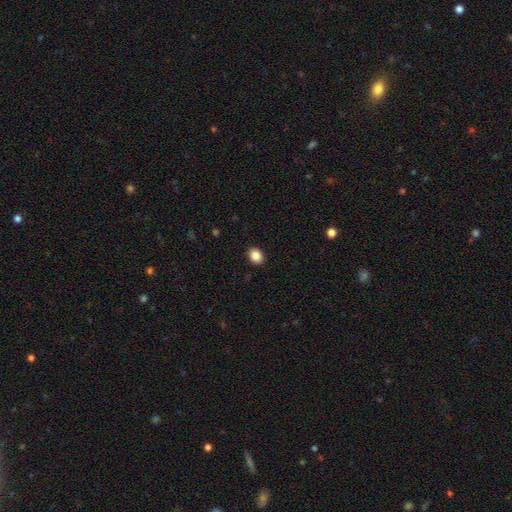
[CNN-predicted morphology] A smooth galaxy with no disk features (86%) that is in between round and cigar-shaped (53%).

Vote fractions:
- Smooth or featured? smooth: 86% / star or artifact: 9% / featured or disk: 4%
- How rounded? in between: 53% / round: 46% / cigar-shaped: 1%
- Merging? none: 91% / minor disturbance: 7% / major disturbance: 2% / merger: 1%